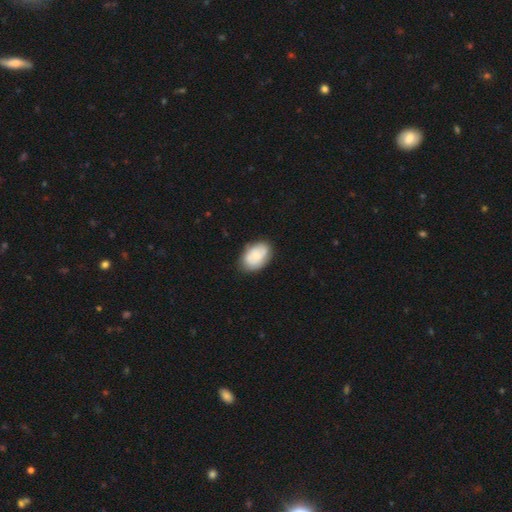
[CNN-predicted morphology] Q: Smooth or featured?
A: smooth (65%); runner-up: featured or disk (28%)
Q: How rounded?
A: in between (85%); runner-up: round (14%)
Q: Merging?
A: none (76%); runner-up: minor disturbance (18%)